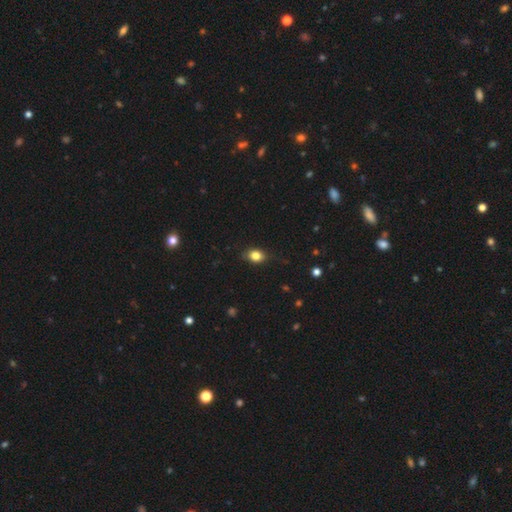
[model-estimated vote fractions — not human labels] Smooth or featured? smooth (80%)
How rounded? in between (57%)
Merging? none (79%)